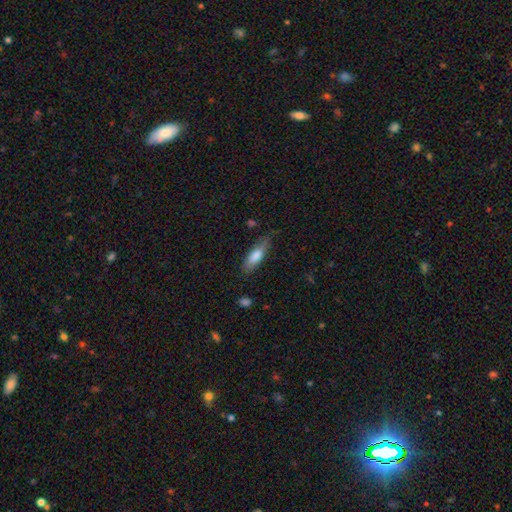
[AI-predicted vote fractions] Overall: smooth (78%). How rounded: in between (51%; cigar-shaped 47%). Merging: none (70%).